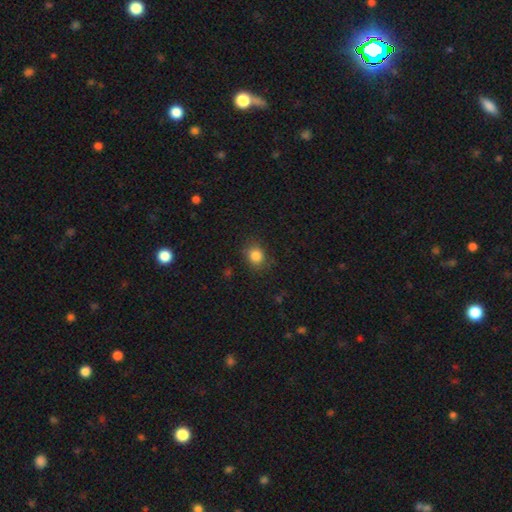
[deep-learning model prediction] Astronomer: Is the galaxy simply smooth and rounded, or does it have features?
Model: smooth — 84%.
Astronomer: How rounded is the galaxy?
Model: round — 71%.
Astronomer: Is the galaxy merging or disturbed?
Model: none — 83%.